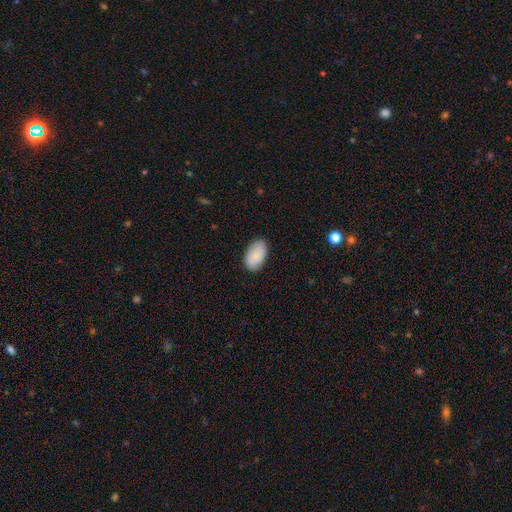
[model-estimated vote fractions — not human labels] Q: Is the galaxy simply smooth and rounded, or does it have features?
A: smooth — 86%.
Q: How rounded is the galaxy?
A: in between — 95%.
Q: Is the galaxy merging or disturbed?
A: none — 85%.